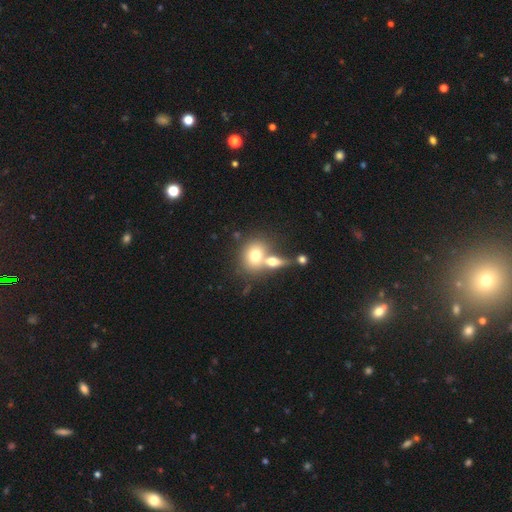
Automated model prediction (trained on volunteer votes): Smooth or featured? Predicted: smooth (p=0.70). How rounded? Predicted: round (p=0.57). Merging? Predicted: merger (p=0.51).